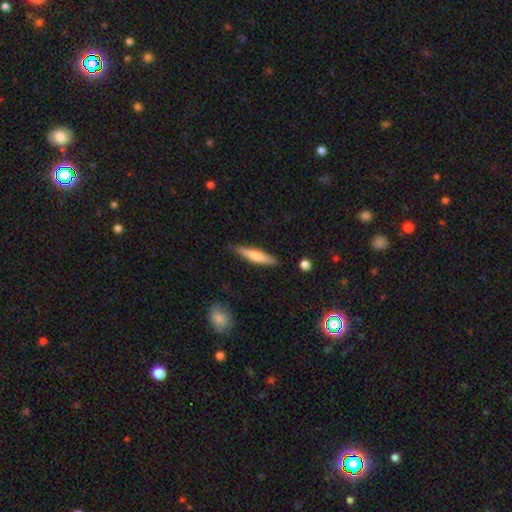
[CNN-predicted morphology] This appears to be a smooth galaxy with no disk features (59%) that is cigar-shaped (87%). Merging: none (86%).